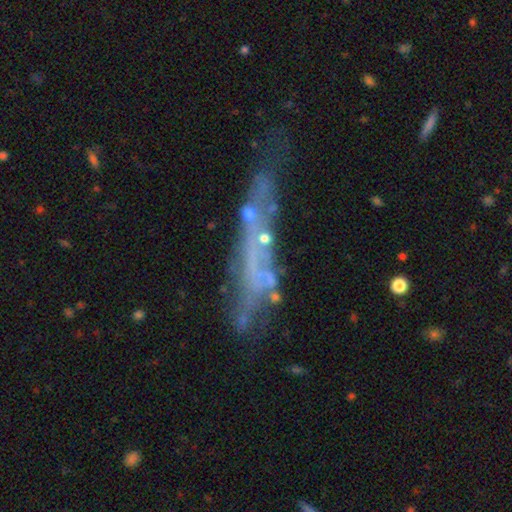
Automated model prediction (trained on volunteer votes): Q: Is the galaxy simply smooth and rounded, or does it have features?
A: featured or disk — 58%.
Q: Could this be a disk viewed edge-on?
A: no — 54%.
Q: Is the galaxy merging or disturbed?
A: none — 48%.